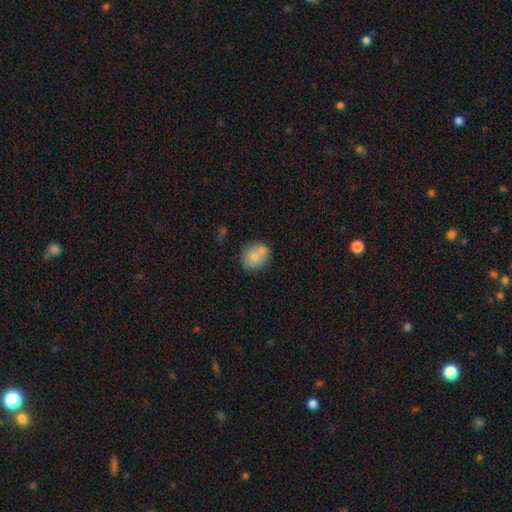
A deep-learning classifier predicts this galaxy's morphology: Overall: smooth (75%). How rounded: round (65%; in between 34%). Merging: none (52%; merger 26%).